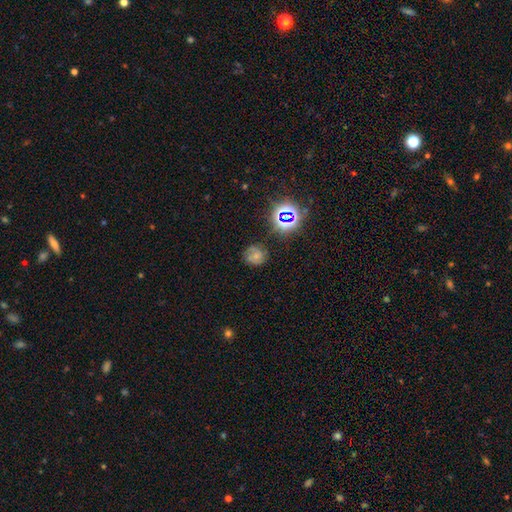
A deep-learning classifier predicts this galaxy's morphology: The model was most divided on "smooth or featured": smooth: 46%, featured or disk: 33%, star or artifact: 21%. More confident: merging — none (67%).